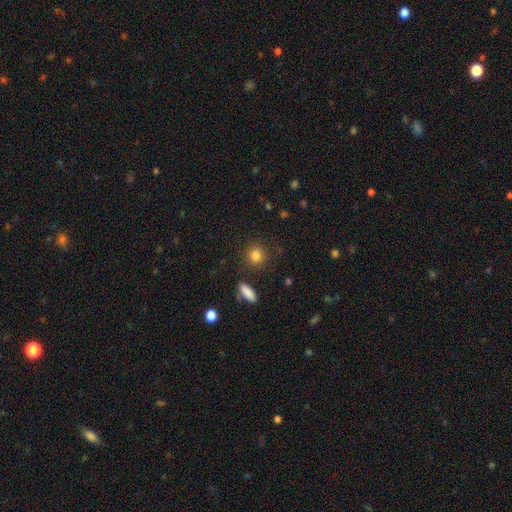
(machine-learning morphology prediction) This appears to be a smooth galaxy with no disk features (83%) that is round (86%). Merging: none (87%).